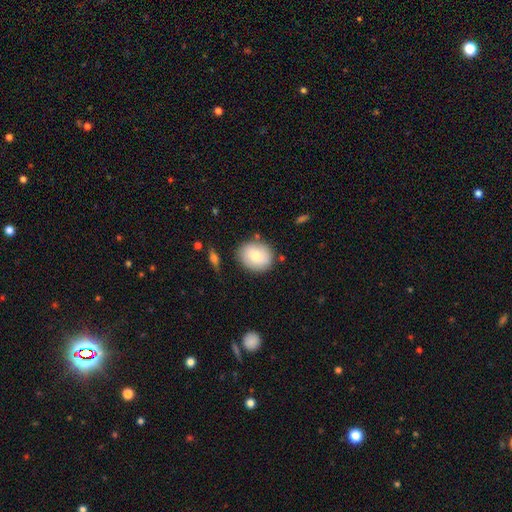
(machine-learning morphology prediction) The model was most divided on "how rounded": round: 65%, in between: 34%, cigar-shaped: 1%. More confident: merging — none (81%); smooth or featured — smooth (75%).